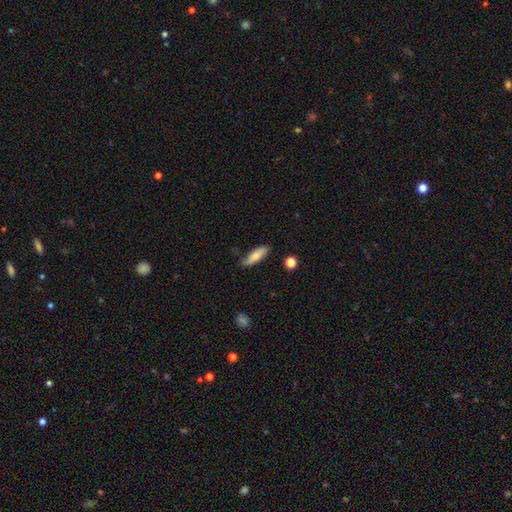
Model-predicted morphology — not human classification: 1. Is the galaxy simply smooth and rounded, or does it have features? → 79% smooth, 15% featured or disk, 7% star or artifact.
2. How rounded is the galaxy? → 50% cigar-shaped, 48% in between, 2% round.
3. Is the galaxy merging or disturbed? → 70% none, 23% minor disturbance, 4% major disturbance, 3% merger.